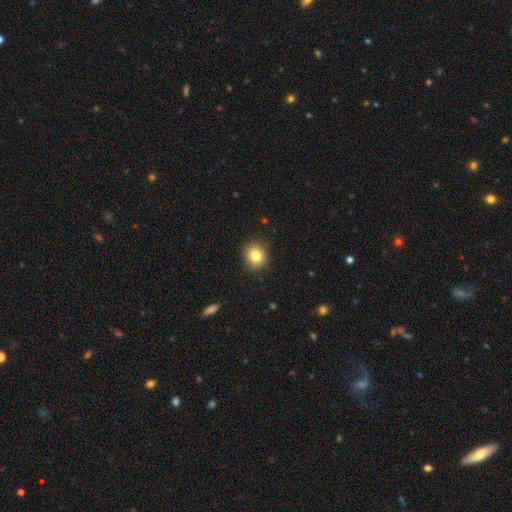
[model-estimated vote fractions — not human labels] Overall: smooth (82%). How rounded: round (81%). Merging: none (89%).